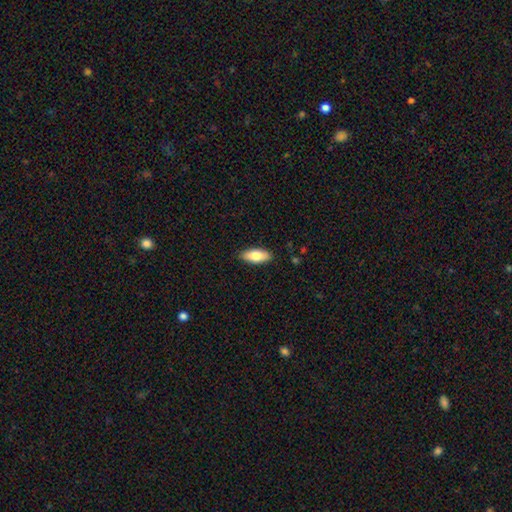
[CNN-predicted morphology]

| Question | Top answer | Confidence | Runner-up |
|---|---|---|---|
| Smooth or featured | smooth | 79% | featured or disk (15%) |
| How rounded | in between | 83% | cigar-shaped (15%) |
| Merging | none | 88% | minor disturbance (9%) |